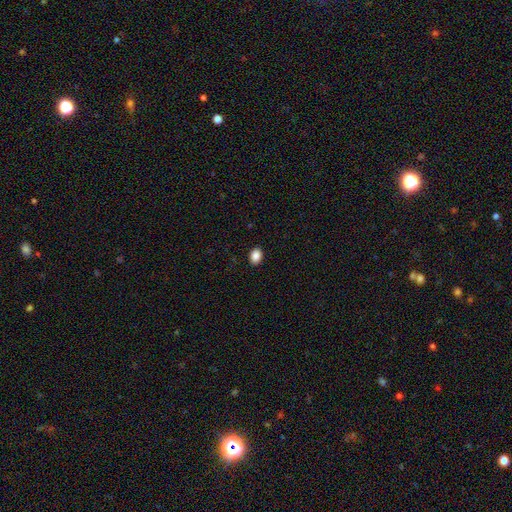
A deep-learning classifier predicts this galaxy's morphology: Smooth or featured: smooth — 88% (star or artifact — 9%)
How rounded: in between — 72% (round — 27%)
Merging: none — 90% (minor disturbance — 7%)